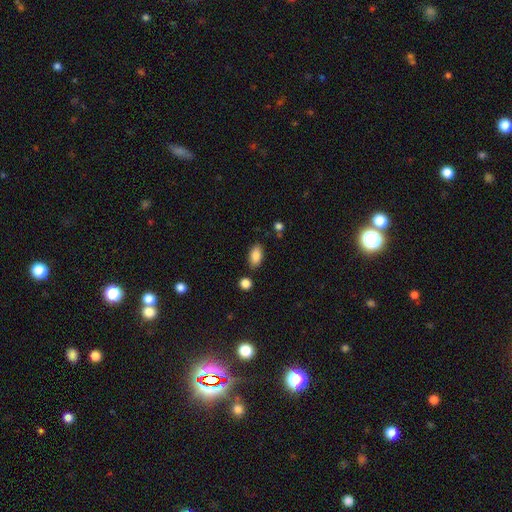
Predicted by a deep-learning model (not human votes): Smooth or featured: smooth — 86% (star or artifact — 7%)
How rounded: in between — 92% (round — 4%)
Merging: none — 83% (minor disturbance — 11%)